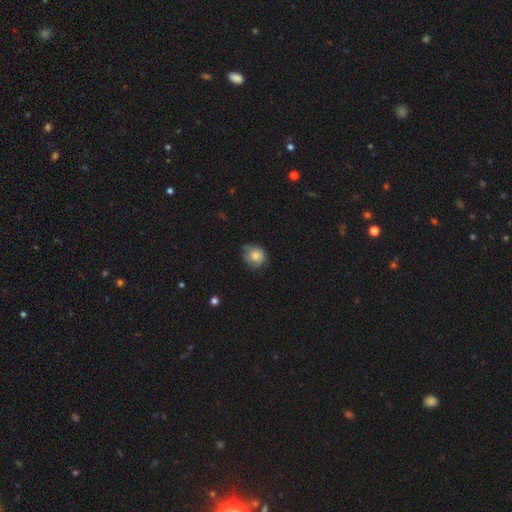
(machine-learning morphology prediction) Smooth or featured: smooth — 75% (featured or disk — 17%)
How rounded: round — 76% (in between — 23%)
Merging: none — 61% (minor disturbance — 30%)